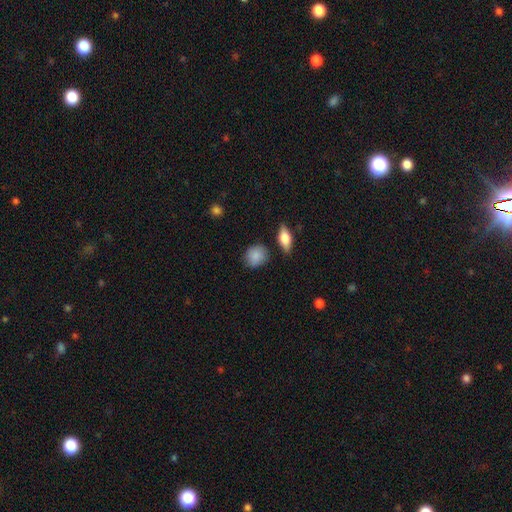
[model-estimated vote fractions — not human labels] A smooth galaxy with no disk features (86%) that is round (72%). Merging: none (78%).